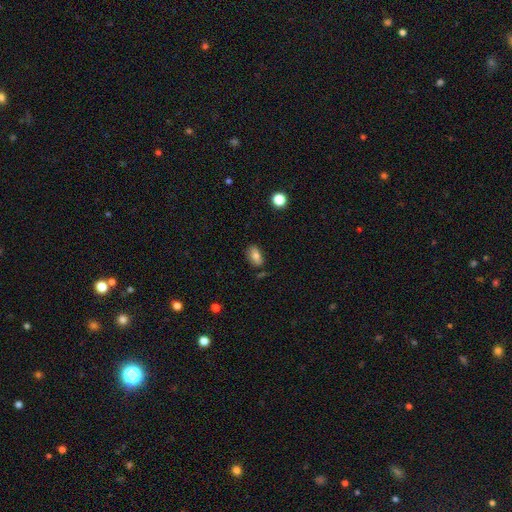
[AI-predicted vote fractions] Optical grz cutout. It shows a smooth galaxy with no disk features (80%) that is in between round and cigar-shaped (89%). Merging: none (73%).